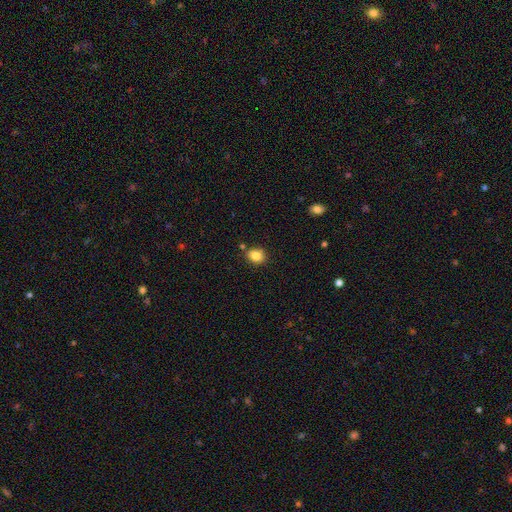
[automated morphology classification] Q: Smooth or featured?
A: smooth (83%); runner-up: star or artifact (10%)
Q: How rounded?
A: round (52%); runner-up: in between (47%)
Q: Merging?
A: none (78%); runner-up: minor disturbance (13%)